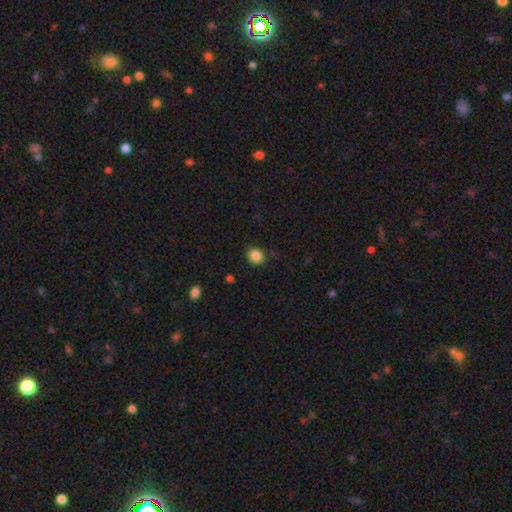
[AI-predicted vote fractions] Morphology: type=smooth (86%); roundness=round (65%); merging=none (88%).